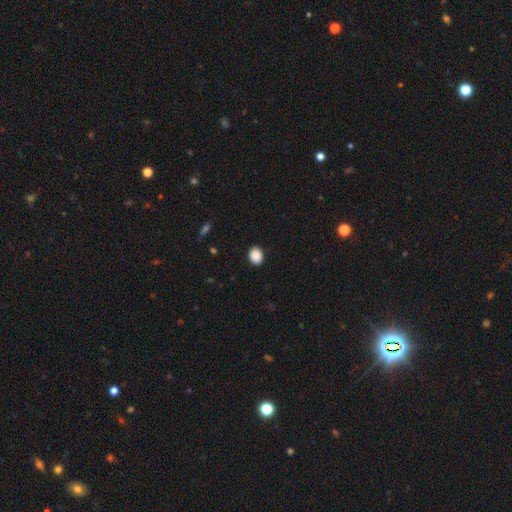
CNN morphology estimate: A smooth galaxy with no disk features (90%) that is round (50%).

Vote fractions:
- Smooth or featured? smooth: 90% / star or artifact: 8% / featured or disk: 2%
- How rounded? round: 50% / in between: 49% / cigar-shaped: 1%
- Merging? none: 90% / minor disturbance: 7% / major disturbance: 2% / merger: 1%